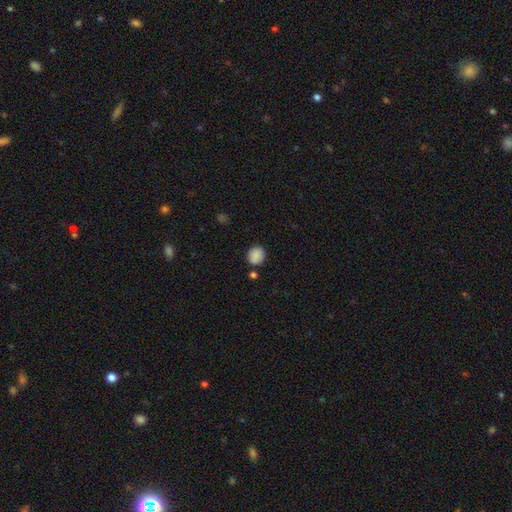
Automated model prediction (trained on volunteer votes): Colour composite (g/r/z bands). It shows a smooth galaxy with no disk features (88%) that is round (80%). Merging: none (80%).